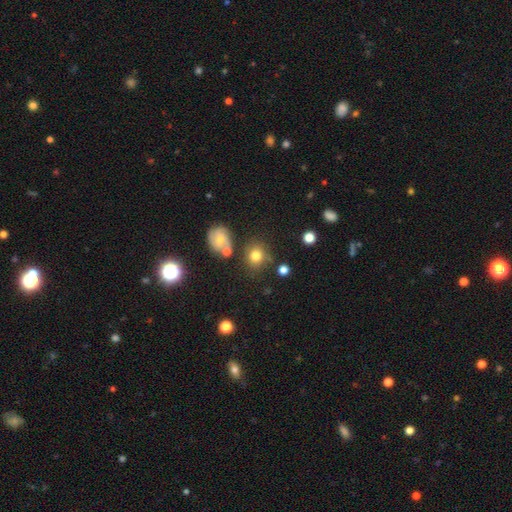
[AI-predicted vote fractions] The model was most divided on "how rounded": round: 76%, in between: 23%, cigar-shaped: 1%. More confident: smooth or featured — smooth (75%); merging — none (71%).